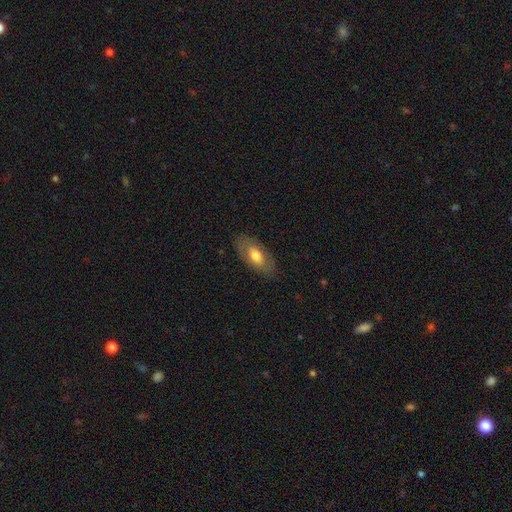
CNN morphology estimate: Smooth or featured?
  - smooth: 64% *
  - featured or disk: 31%
  - star or artifact: 6%
How rounded?
  - in between: 90% *
  - cigar-shaped: 6%
  - round: 4%
Merging?
  - none: 82% *
  - minor disturbance: 13%
  - major disturbance: 4%
  - merger: 1%